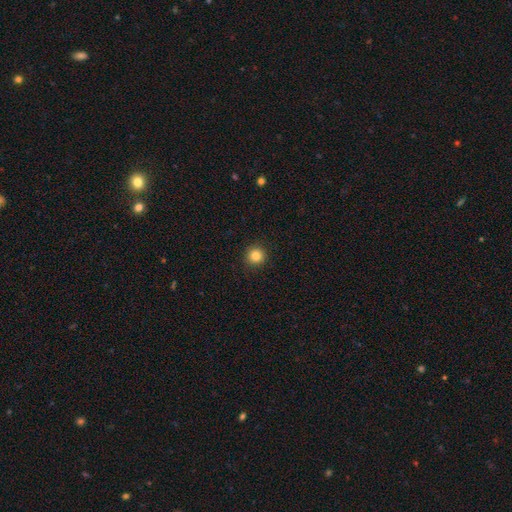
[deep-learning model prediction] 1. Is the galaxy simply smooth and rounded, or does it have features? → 84% smooth, 11% star or artifact, 5% featured or disk.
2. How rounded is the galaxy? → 95% round, 4% in between, 1% cigar-shaped.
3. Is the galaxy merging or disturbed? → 92% none, 5% minor disturbance, 2% major disturbance, 1% merger.